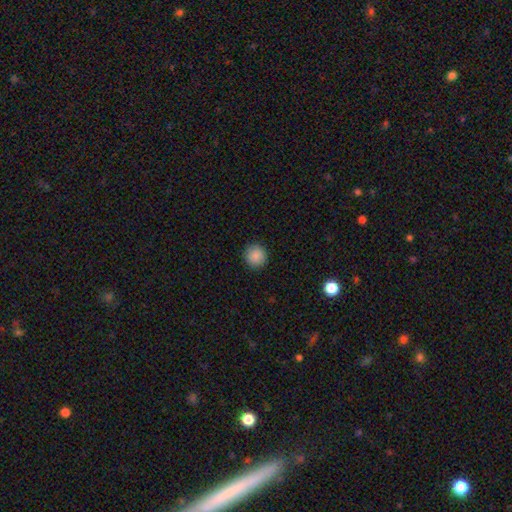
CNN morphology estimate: This appears to be a smooth galaxy with no disk features (88%) that is round (95%). Merging: none (92%).